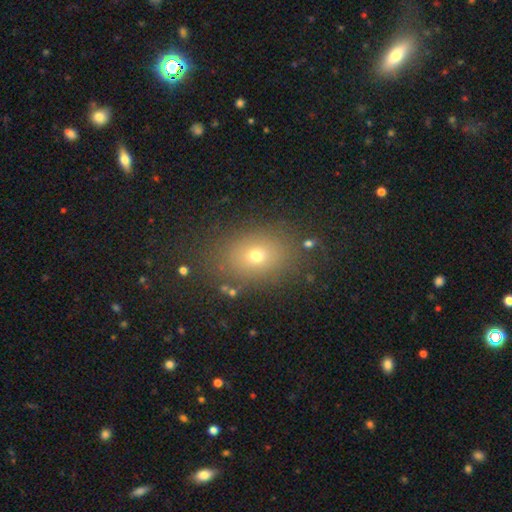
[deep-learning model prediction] smooth_or_featured: smooth (p=0.65) [alt: star or artifact p=0.22]
how_rounded: in between (p=0.65) [alt: round p=0.34]
merging: none (p=0.83) [alt: minor disturbance p=0.10]